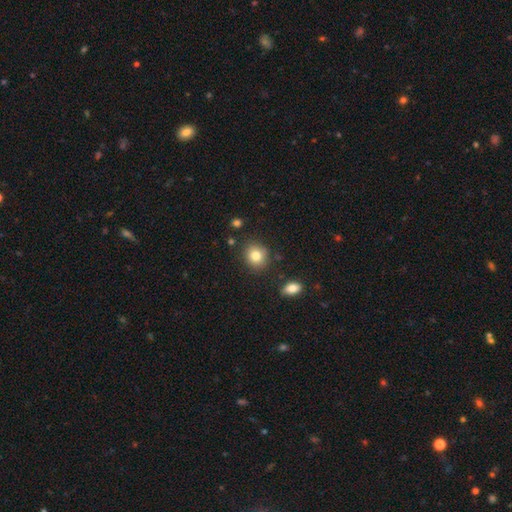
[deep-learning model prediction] Morphology: type=smooth (81%); roundness=round (77%); merging=none (85%).